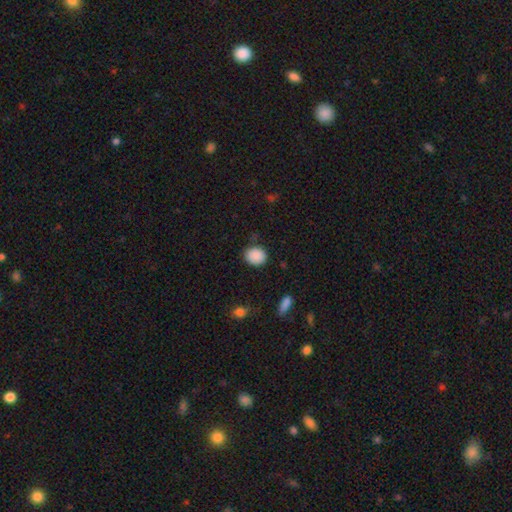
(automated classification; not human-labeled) Overall: smooth (89%). How rounded: round (62%; in between 37%). Merging: none (85%).